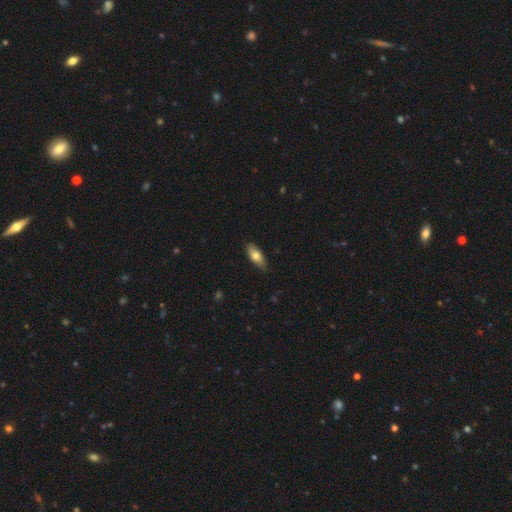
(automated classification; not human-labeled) This is likely a smooth galaxy (72%). How rounded: likely in between (77%). Merging: clearly none (83%).